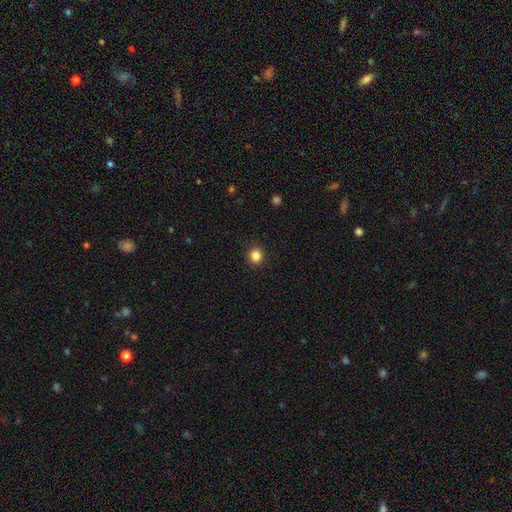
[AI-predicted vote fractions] Smooth or featured: smooth — 85% (star or artifact — 11%)
How rounded: round — 87% (in between — 12%)
Merging: none — 90% (minor disturbance — 7%)